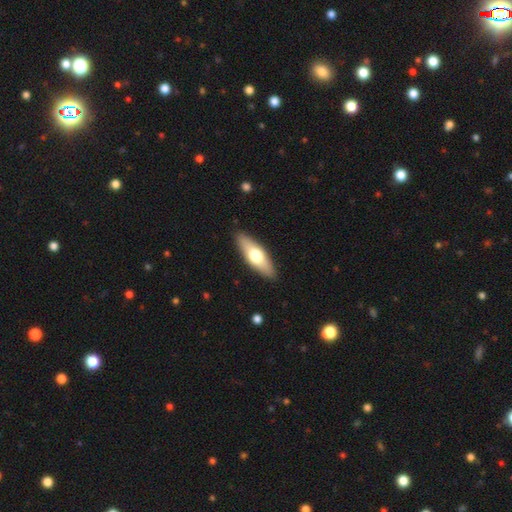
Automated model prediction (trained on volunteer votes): Q: Smooth or featured?
A: smooth (57%); runner-up: featured or disk (38%)
Q: How rounded?
A: in between (55%); runner-up: cigar-shaped (42%)
Q: Merging?
A: none (89%); runner-up: minor disturbance (8%)